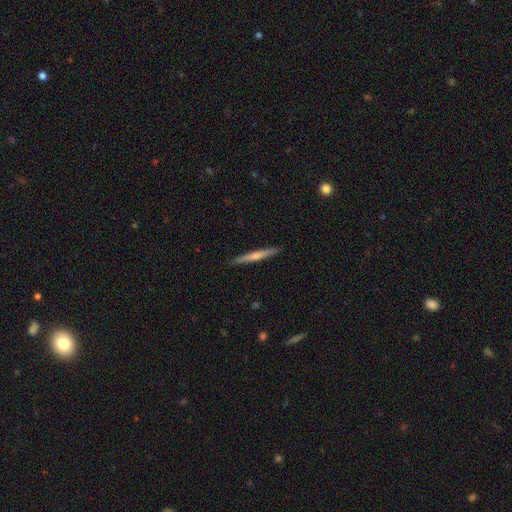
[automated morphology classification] A featured or disk galaxy (61%) viewed edge-on (97%) with a rounded central bulge (70%).

Vote fractions:
- Smooth or featured? featured or disk: 61% / smooth: 33% / star or artifact: 6%
- Edge-on disk? yes: 97% / no: 3%
- Edge-on bulge? rounded: 70% / none: 25% / boxy: 5%
- Merging? none: 92% / minor disturbance: 6% / major disturbance: 1% / merger: 1%